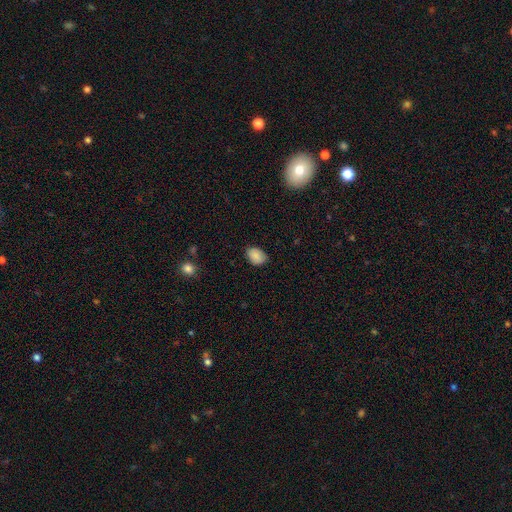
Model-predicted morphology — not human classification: Smooth or featured: smooth — 85% (star or artifact — 8%)
How rounded: in between — 77% (round — 21%)
Merging: none — 76% (minor disturbance — 19%)